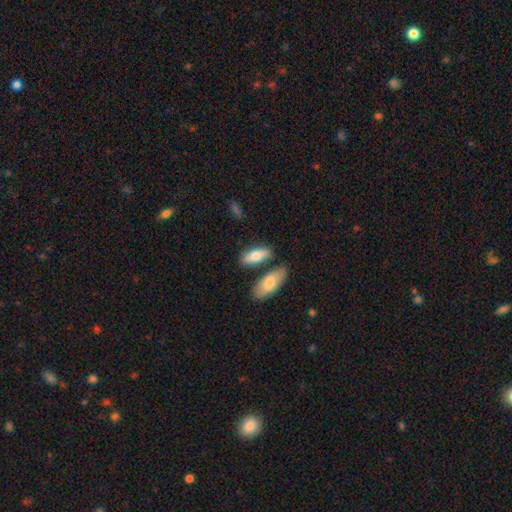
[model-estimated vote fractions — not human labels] Q: Smooth or featured?
A: smooth (74%); runner-up: featured or disk (20%)
Q: How rounded?
A: in between (76%); runner-up: cigar-shaped (21%)
Q: Merging?
A: none (68%); runner-up: merger (14%)